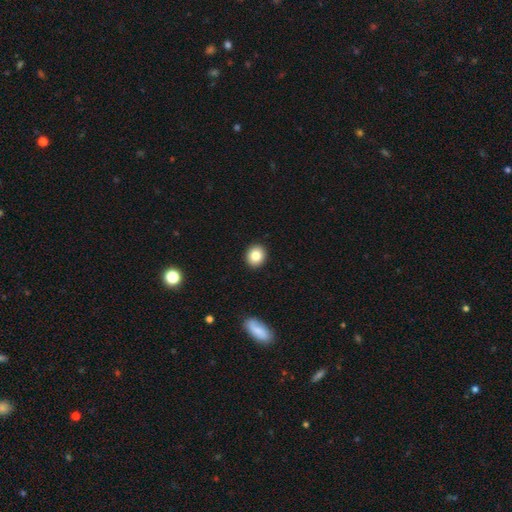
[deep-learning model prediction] Morphology: type=smooth (83%); roundness=round (81%); merging=none (92%).